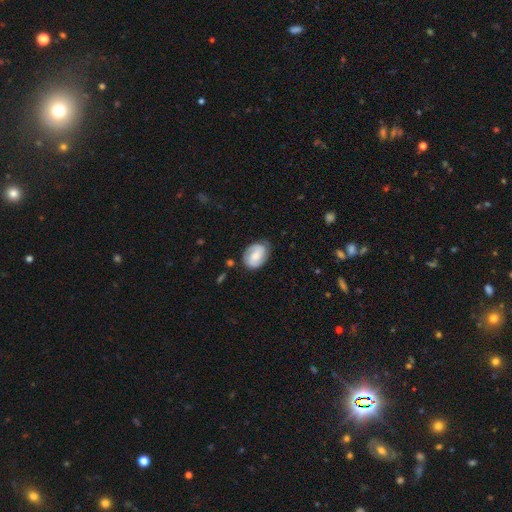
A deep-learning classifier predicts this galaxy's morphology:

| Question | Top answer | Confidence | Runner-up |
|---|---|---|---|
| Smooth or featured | featured or disk | 52% | smooth (41%) |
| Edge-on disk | no | 97% | yes (3%) |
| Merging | none | 72% | minor disturbance (21%) |